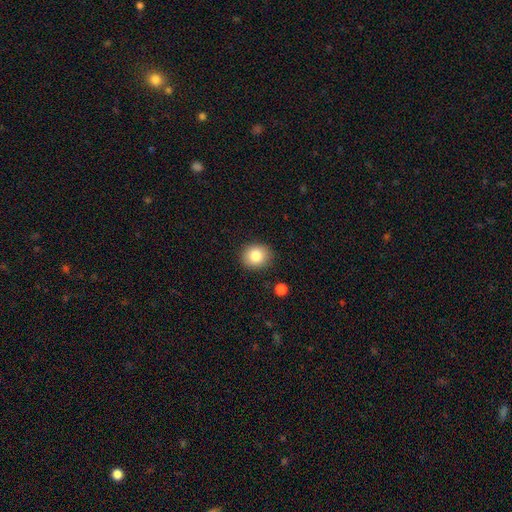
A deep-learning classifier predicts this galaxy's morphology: smooth_or_featured: smooth (p=0.83) [alt: star or artifact p=0.09]
how_rounded: round (p=0.74) [alt: in between p=0.25]
merging: none (p=0.88) [alt: minor disturbance p=0.08]